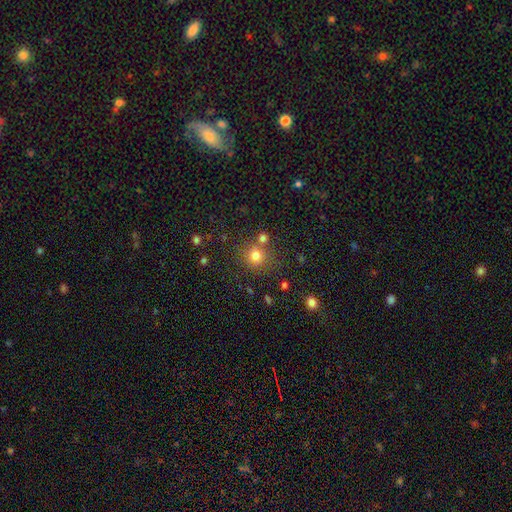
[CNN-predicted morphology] smooth-or-featured: smooth: 76% | star or artifact: 16% | featured or disk: 8%
  how-rounded: round: 88% | in between: 11% | cigar-shaped: 1%
  merging: none: 71% | merger: 15% | minor disturbance: 10% | major disturbance: 4%